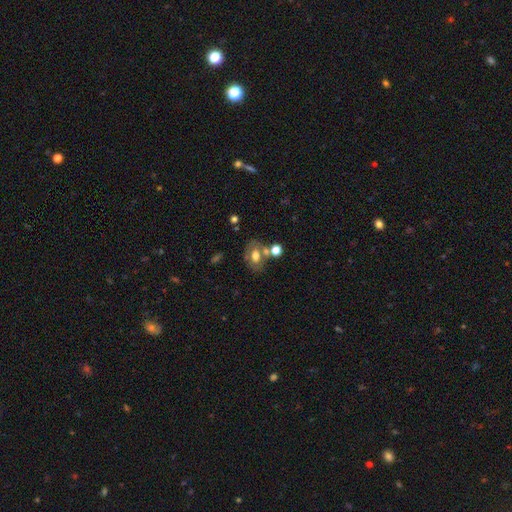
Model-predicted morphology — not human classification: Overall: smooth (52%; featured or disk 37%). How rounded: in between (76%). Merging: none (52%; merger 24%).